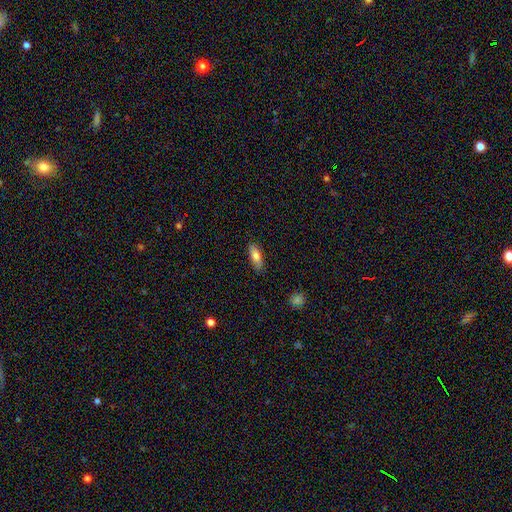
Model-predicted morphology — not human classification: Smooth or featured?
  - smooth: 78% *
  - featured or disk: 16%
  - star or artifact: 7%
How rounded?
  - in between: 65% *
  - cigar-shaped: 32%
  - round: 2%
Merging?
  - none: 86% *
  - minor disturbance: 11%
  - major disturbance: 2%
  - merger: 1%